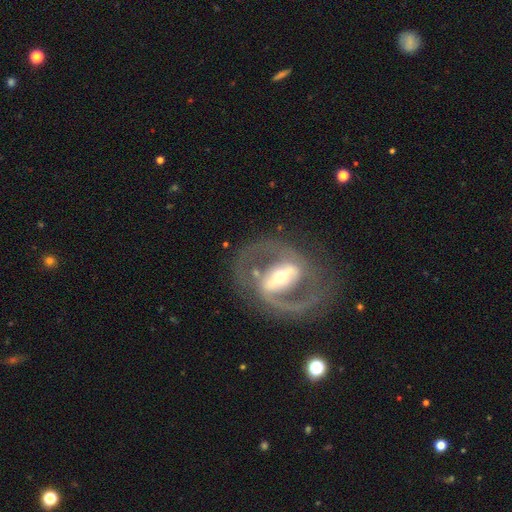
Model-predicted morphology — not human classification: A featured or disk galaxy (88%) with a strong bar (61%), 2 (89%) medium (52%) spiral arms (91%) and a moderate central bulge (56%).

Vote fractions:
- Smooth or featured? featured or disk: 88% / smooth: 6% / star or artifact: 6%
- Edge-on disk? no: 95% / yes: 5%
- Bar? strong: 61% / weak: 28% / no: 10%
- Spiral arms? yes: 91% / no: 9%
- Spiral winding? medium: 52% / tight: 32% / loose: 16%
- Spiral arm count? 2: 89% / can't tell: 5% / 3: 2% / 1: 2% / 4: 1% / more than 4: 1%
- Bulge size? moderate: 56% / small: 30% / large: 11% / dominant: 2% / none: 1%
- Merging? none: 80% / minor disturbance: 11% / major disturbance: 7% / merger: 2%